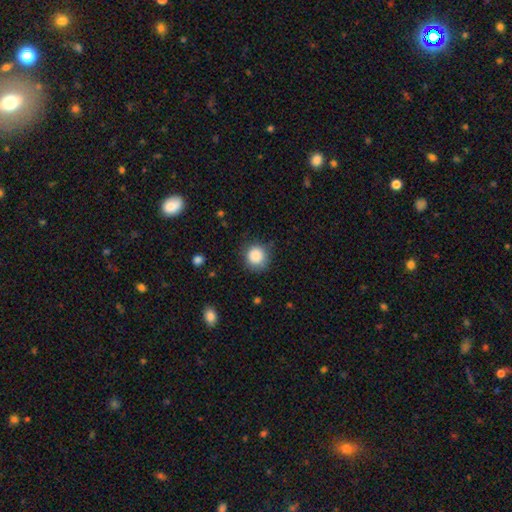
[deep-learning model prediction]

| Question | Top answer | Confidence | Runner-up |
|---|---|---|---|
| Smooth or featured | smooth | 87% | star or artifact (9%) |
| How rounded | round | 91% | in between (8%) |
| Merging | none | 80% | minor disturbance (14%) |